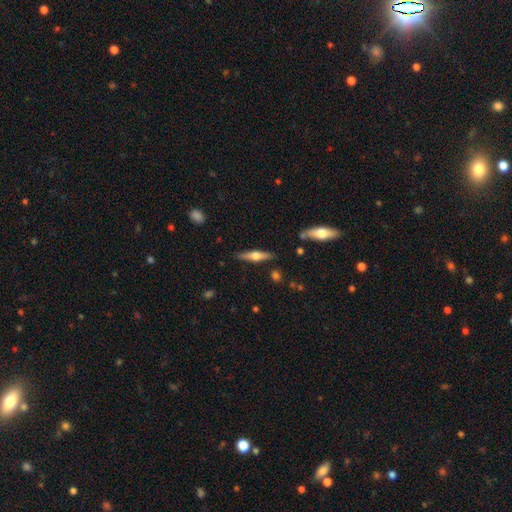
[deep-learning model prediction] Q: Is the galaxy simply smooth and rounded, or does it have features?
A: featured or disk — 60%.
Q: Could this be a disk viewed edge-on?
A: yes — 95%.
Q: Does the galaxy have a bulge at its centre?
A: rounded — 92%.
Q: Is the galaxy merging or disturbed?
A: none — 85%.